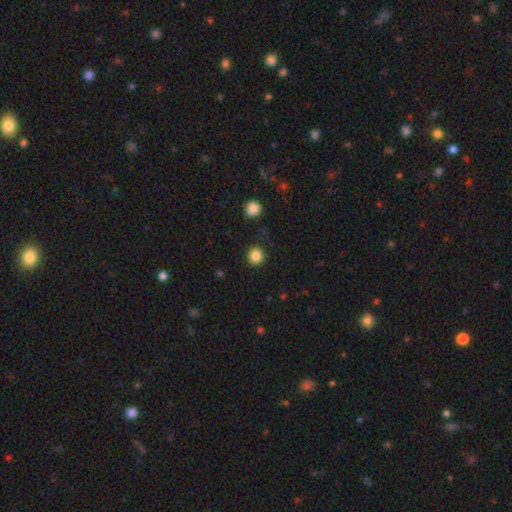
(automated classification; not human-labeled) Smooth or featured: smooth — 85% (star or artifact — 11%)
How rounded: round — 94% (in between — 5%)
Merging: none — 90% (minor disturbance — 6%)